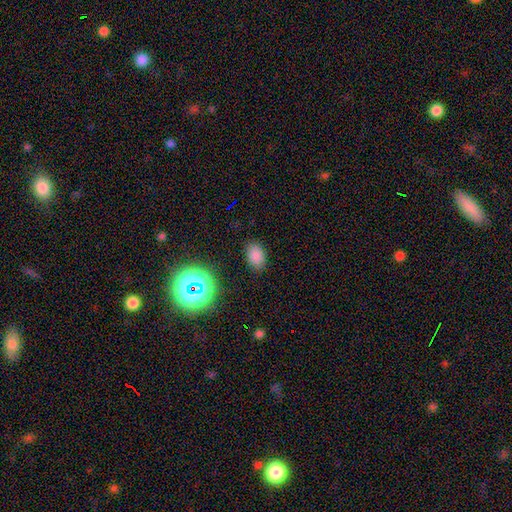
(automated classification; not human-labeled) The model was most divided on "smooth or featured": smooth: 78%, star or artifact: 17%, featured or disk: 5%. More confident: merging — none (85%); how rounded — in between (82%).